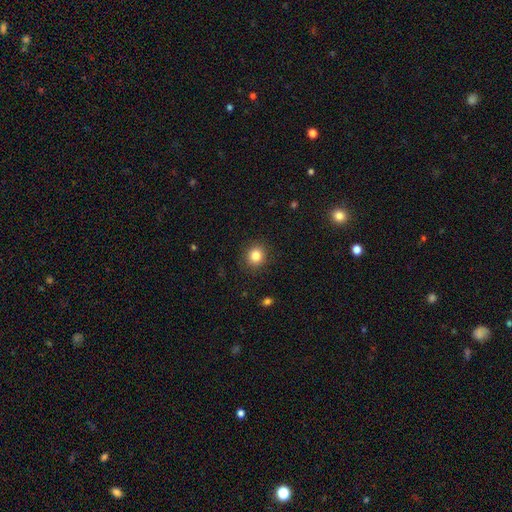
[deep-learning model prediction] Smooth or featured?
  - smooth: 84% *
  - star or artifact: 11%
  - featured or disk: 6%
How rounded?
  - round: 84% *
  - in between: 15%
  - cigar-shaped: 1%
Merging?
  - none: 90% *
  - minor disturbance: 7%
  - major disturbance: 2%
  - merger: 1%